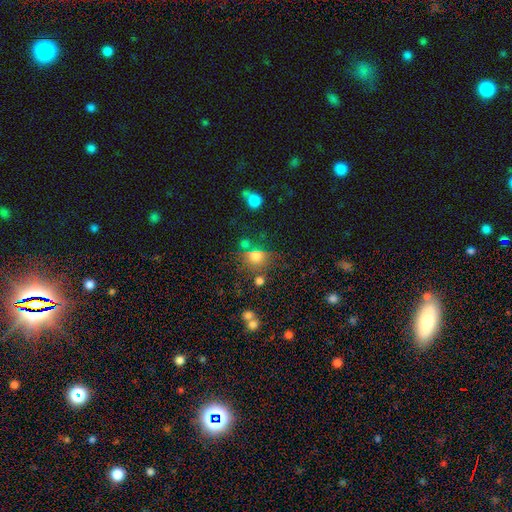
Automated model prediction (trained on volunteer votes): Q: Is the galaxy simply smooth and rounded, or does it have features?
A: smooth — 73%.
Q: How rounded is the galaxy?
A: round — 77%.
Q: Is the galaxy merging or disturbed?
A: none — 64%.